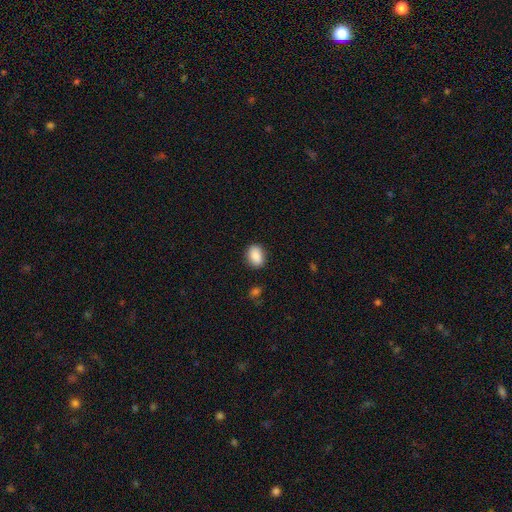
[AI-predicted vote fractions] Smooth or featured: smooth — 89% (star or artifact — 7%)
How rounded: in between — 76% (round — 23%)
Merging: none — 85% (minor disturbance — 11%)